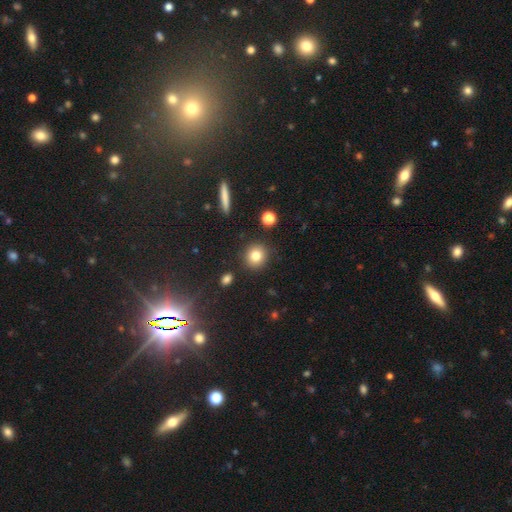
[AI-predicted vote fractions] Q: Smooth or featured?
A: smooth (81%); runner-up: star or artifact (11%)
Q: How rounded?
A: round (87%); runner-up: in between (11%)
Q: Merging?
A: none (88%); runner-up: minor disturbance (7%)